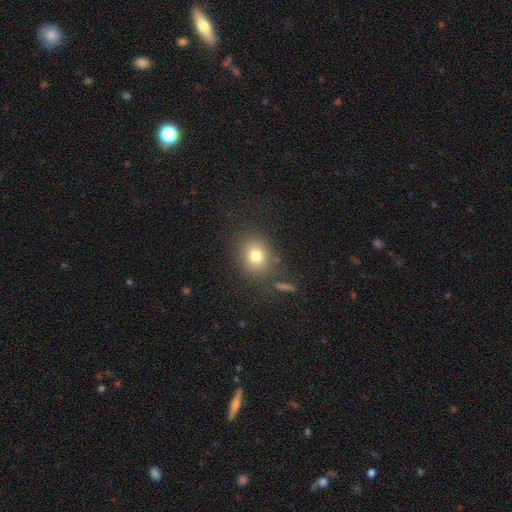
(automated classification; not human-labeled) Q: Smooth or featured?
A: smooth (77%); runner-up: star or artifact (13%)
Q: How rounded?
A: round (67%); runner-up: in between (31%)
Q: Merging?
A: none (79%); runner-up: minor disturbance (11%)